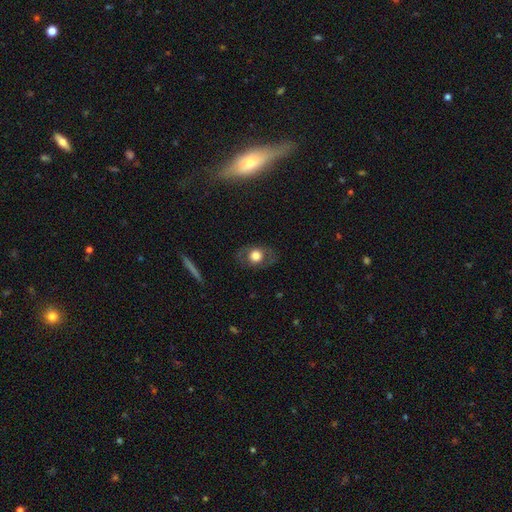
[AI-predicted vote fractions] A smooth galaxy with no disk features (56%) that is in between round and cigar-shaped (56%).

Vote fractions:
- Smooth or featured? smooth: 56% / featured or disk: 36% / star or artifact: 8%
- How rounded? in between: 56% / round: 42% / cigar-shaped: 2%
- Merging? none: 79% / minor disturbance: 13% / major disturbance: 7% / merger: 1%